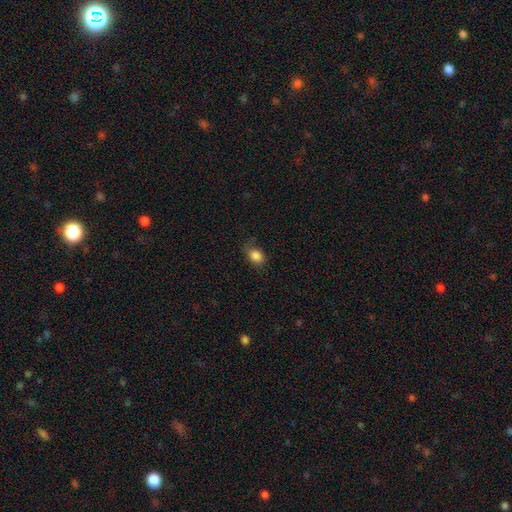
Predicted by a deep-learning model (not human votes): Smooth or featured? smooth (85%)
How rounded? in between (58%)
Merging? none (65%)